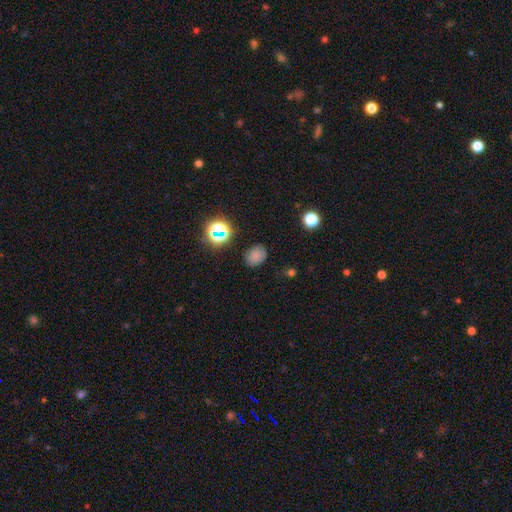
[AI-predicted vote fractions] A smooth galaxy with no disk features (74%) that is in between round and cigar-shaped (51%).

Vote fractions:
- Smooth or featured? smooth: 74% / star or artifact: 19% / featured or disk: 7%
- How rounded? in between: 51% / round: 48% / cigar-shaped: 1%
- Merging? none: 82% / minor disturbance: 12% / major disturbance: 4% / merger: 2%